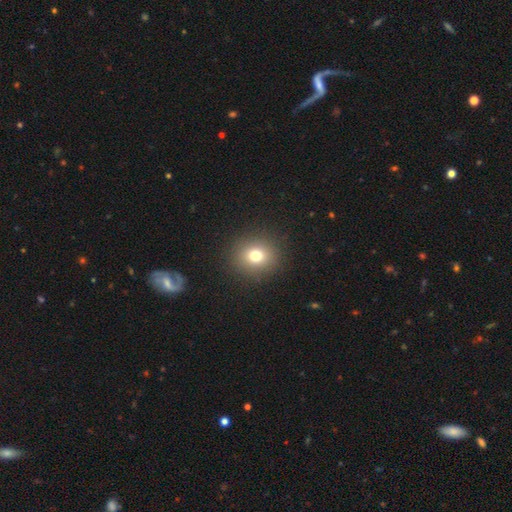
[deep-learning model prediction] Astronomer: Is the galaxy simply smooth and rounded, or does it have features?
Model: smooth — 76%.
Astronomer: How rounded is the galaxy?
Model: round — 83%.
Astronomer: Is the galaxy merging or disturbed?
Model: none — 90%.